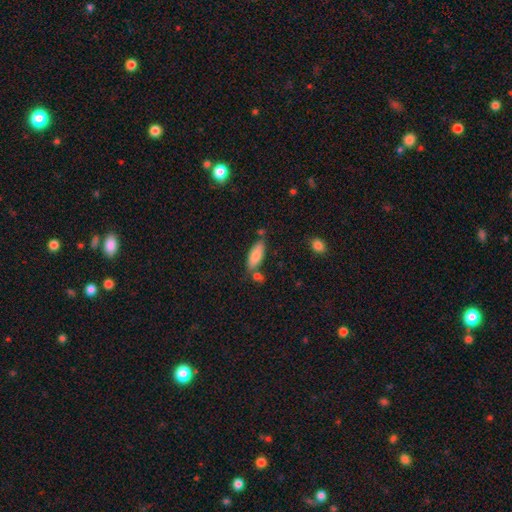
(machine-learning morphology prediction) smooth-or-featured: smooth: 81% | featured or disk: 12% | star or artifact: 7%
  how-rounded: in between: 74% | cigar-shaped: 24% | round: 2%
  merging: none: 69% | minor disturbance: 16% | merger: 12% | major disturbance: 4%